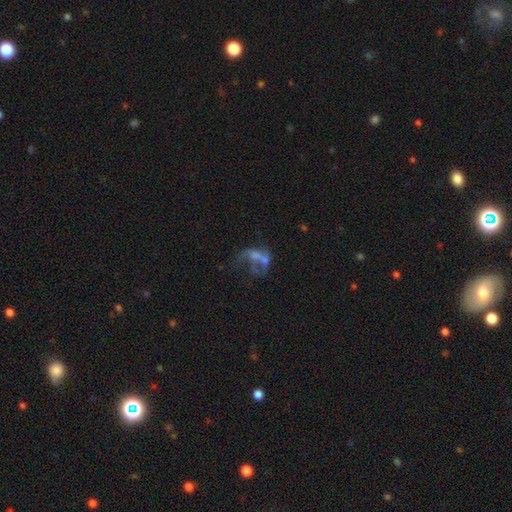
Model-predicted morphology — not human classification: The model was most divided on "merging": major disturbance: 35%, merger: 33%, none: 22%, minor disturbance: 10%. More confident: edge-on disk — no (97%); bar — no (83%); spiral arms — no (79%); bulge size — none (58%); smooth or featured — featured or disk (55%).